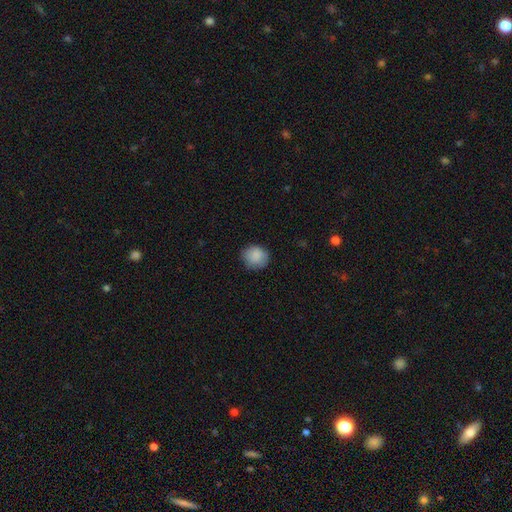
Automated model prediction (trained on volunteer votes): Morphology: type=smooth (88%); roundness=round (79%); merging=none (79%).